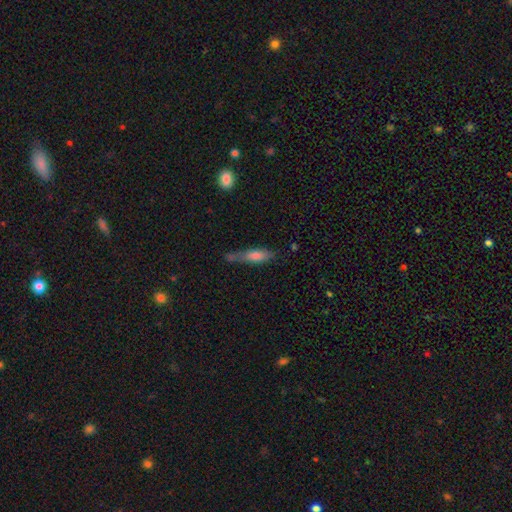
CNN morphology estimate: This is likely a smooth galaxy (66%). How rounded: likely cigar-shaped (71%). Merging: possibly none (53%).